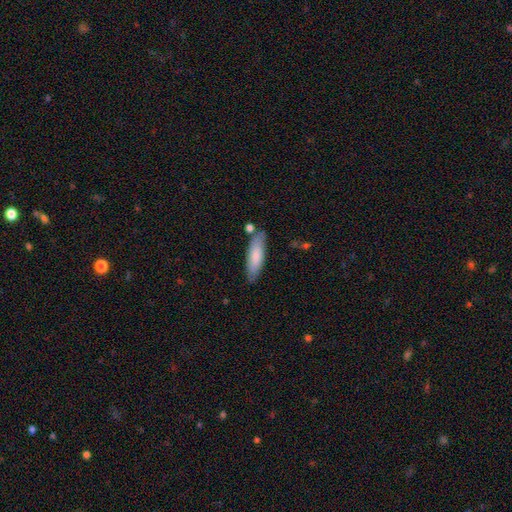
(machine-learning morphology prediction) This is likely a smooth galaxy (79%). How rounded: possibly in between (49%, tied with cigar-shaped). Merging: likely none (77%).